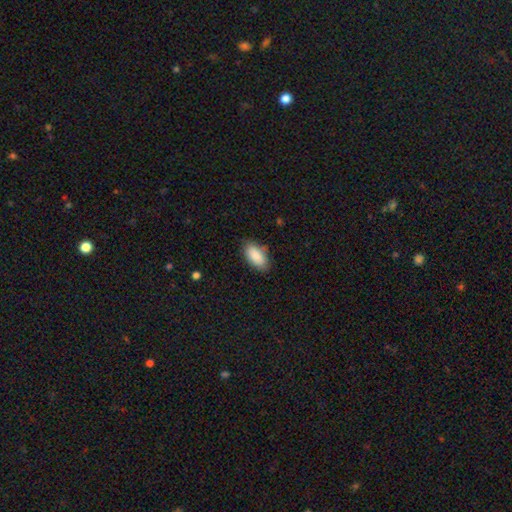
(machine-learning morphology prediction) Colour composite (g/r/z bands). It shows a smooth galaxy with no disk features (89%) that is in between round and cigar-shaped (92%). Merging: none (82%).